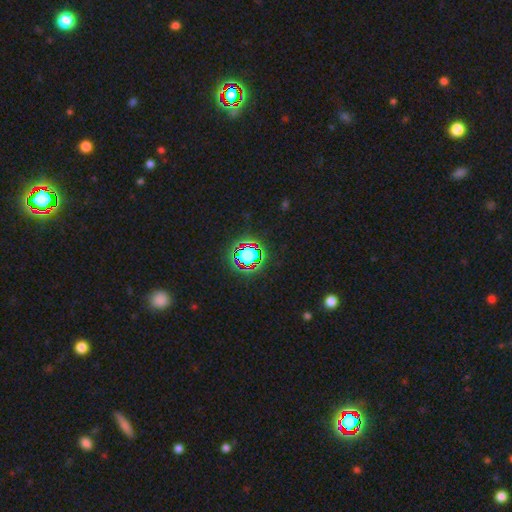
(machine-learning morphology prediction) The model was most divided on "smooth or featured": star or artifact: 81%, smooth: 12%, featured or disk: 7%.